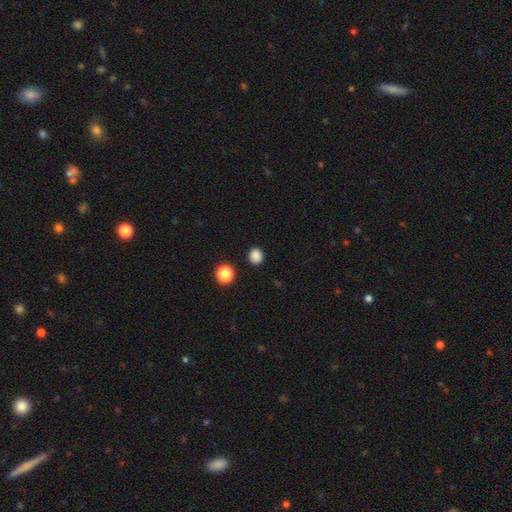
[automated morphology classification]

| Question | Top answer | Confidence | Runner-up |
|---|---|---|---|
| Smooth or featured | smooth | 85% | star or artifact (12%) |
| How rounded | round | 84% | in between (15%) |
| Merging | none | 90% | minor disturbance (6%) |